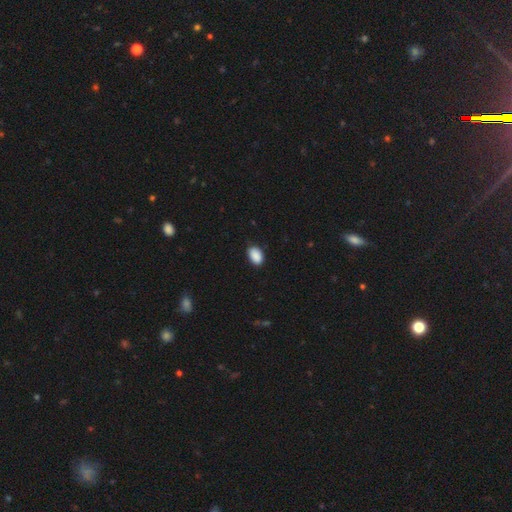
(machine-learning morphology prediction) This is clearly a smooth galaxy (90%). How rounded: clearly in between (89%). Merging: clearly none (84%).